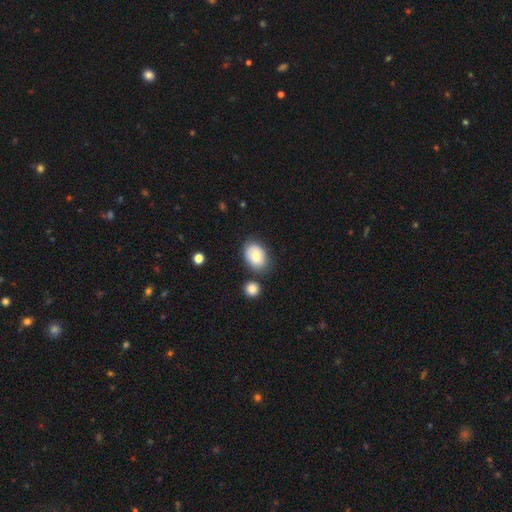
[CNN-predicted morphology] Smooth or featured?
  - smooth: 78% *
  - featured or disk: 15%
  - star or artifact: 7%
How rounded?
  - in between: 80% *
  - round: 19%
  - cigar-shaped: 1%
Merging?
  - none: 71% *
  - minor disturbance: 16%
  - merger: 9%
  - major disturbance: 4%